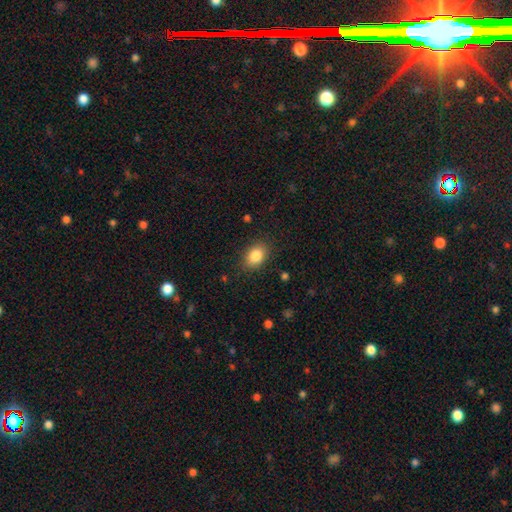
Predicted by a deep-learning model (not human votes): This appears to be a smooth galaxy with no disk features (85%) that is in between round and cigar-shaped (75%). Merging: none (84%).